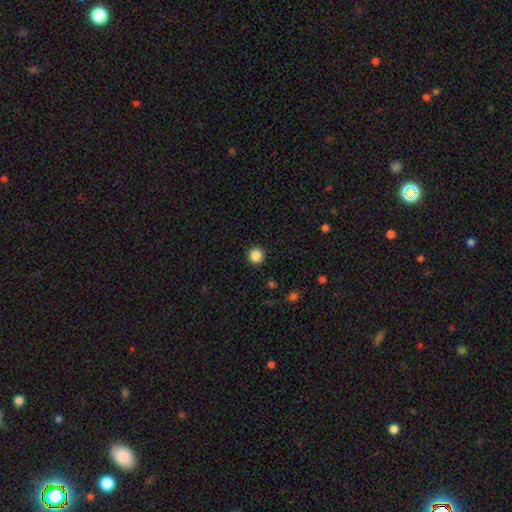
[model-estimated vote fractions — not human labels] Q: Smooth or featured?
A: smooth (86%); runner-up: star or artifact (11%)
Q: How rounded?
A: round (96%); runner-up: in between (4%)
Q: Merging?
A: none (93%); runner-up: minor disturbance (4%)